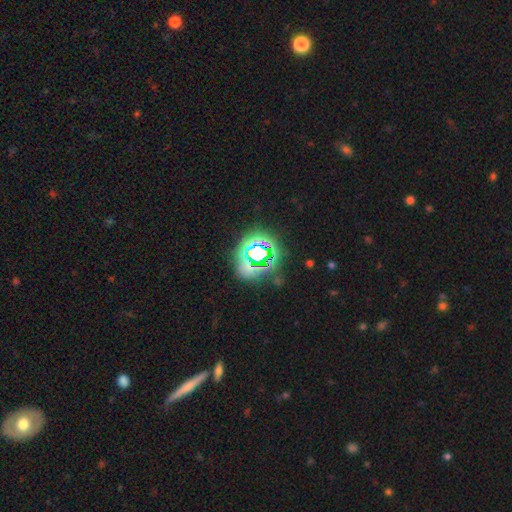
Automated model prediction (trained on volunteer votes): A star or artifact, not a galaxy (68%).

Vote fractions:
- Smooth or featured? star or artifact: 68% / smooth: 20% / featured or disk: 12%